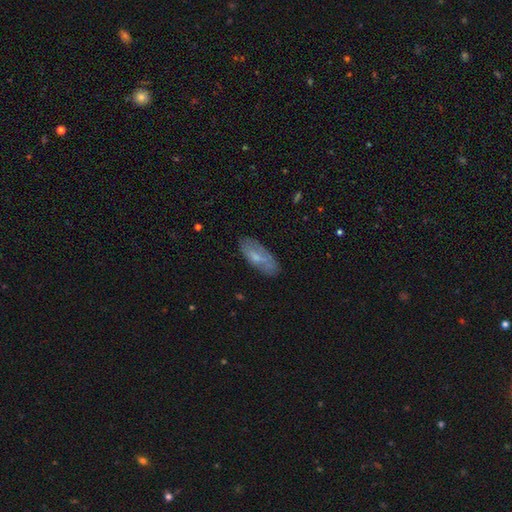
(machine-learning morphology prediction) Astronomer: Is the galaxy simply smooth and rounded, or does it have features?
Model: smooth — 60%.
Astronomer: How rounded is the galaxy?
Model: in between — 76%.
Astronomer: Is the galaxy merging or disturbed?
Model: none — 72%.